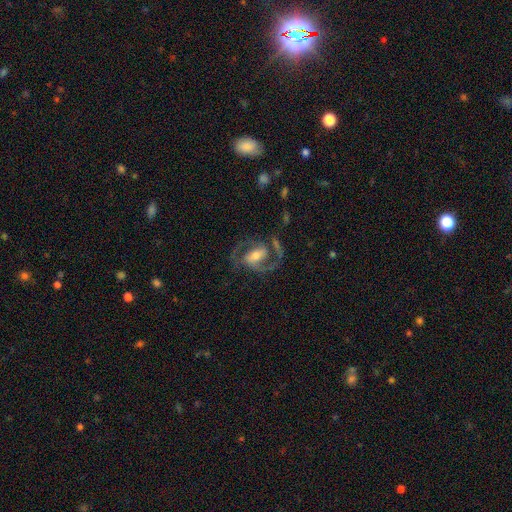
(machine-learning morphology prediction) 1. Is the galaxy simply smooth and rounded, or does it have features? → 86% featured or disk, 9% smooth, 6% star or artifact.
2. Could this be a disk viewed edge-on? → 96% no, 4% yes.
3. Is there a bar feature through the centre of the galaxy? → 39% strong, 38% weak, 23% no.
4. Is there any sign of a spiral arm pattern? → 94% yes, 6% no.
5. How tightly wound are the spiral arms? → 61% medium, 20% tight, 19% loose.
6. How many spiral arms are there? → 90% 2, 3% can't tell, 3% 1, 2% 3, 1% 4, 1% more than 4.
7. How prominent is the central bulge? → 53% moderate, 30% small, 13% large, 2% none, 2% dominant.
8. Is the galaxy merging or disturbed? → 68% none, 15% major disturbance, 14% minor disturbance, 3% merger.